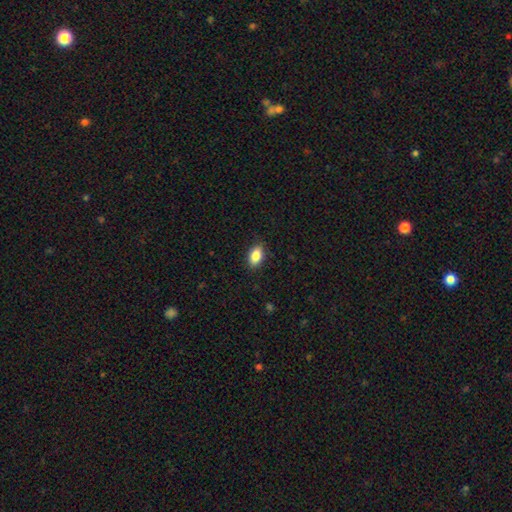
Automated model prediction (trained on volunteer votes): A smooth galaxy with no disk features (86%) that is in between round and cigar-shaped (89%). Merging: none (87%).